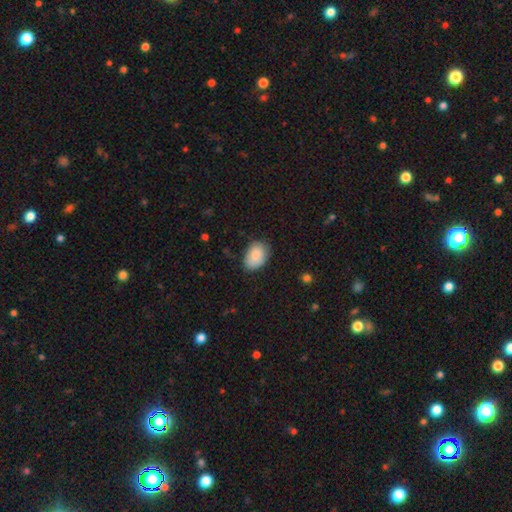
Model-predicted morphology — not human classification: Smooth or featured? smooth (87%)
How rounded? in between (86%)
Merging? none (73%)